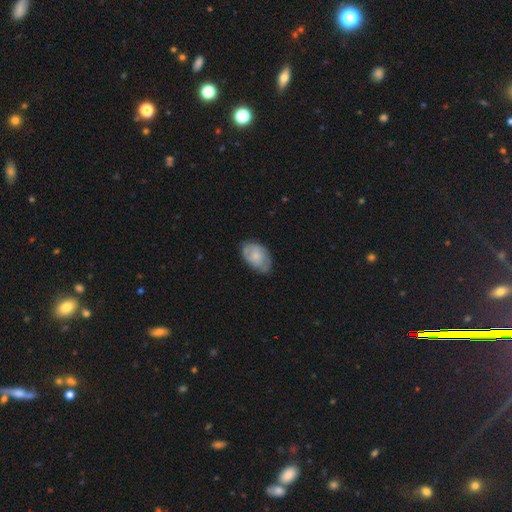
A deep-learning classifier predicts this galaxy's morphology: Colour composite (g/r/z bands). It shows a smooth galaxy with no disk features (52%) that is in between round and cigar-shaped (88%). Merging: none (64%).